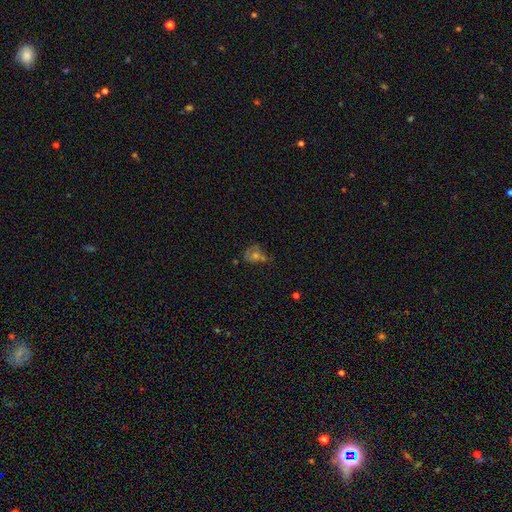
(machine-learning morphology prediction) Overall: smooth (43%; featured or disk 30%). Merging: none (45%; minor disturbance 24%).